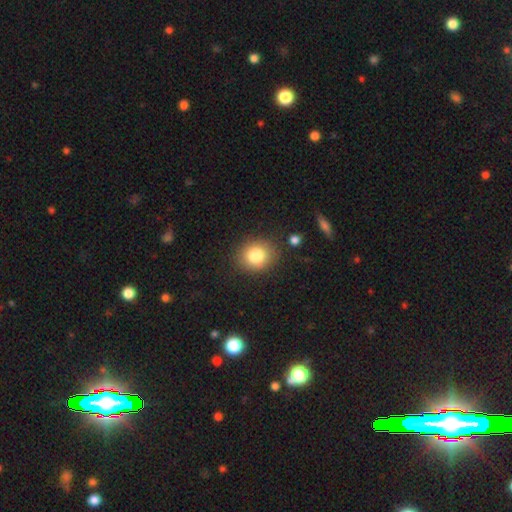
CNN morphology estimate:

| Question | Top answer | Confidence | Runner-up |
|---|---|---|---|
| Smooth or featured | smooth | 81% | star or artifact (10%) |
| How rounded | round | 70% | in between (29%) |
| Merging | none | 85% | minor disturbance (10%) |